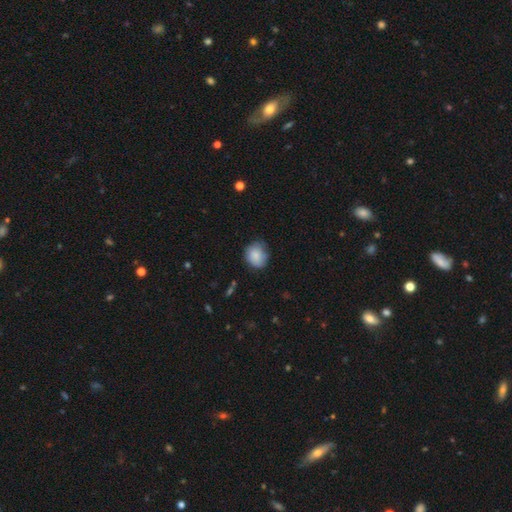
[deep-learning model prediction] This is clearly a smooth galaxy (84%). How rounded: likely round (66%). Merging: likely none (64%).